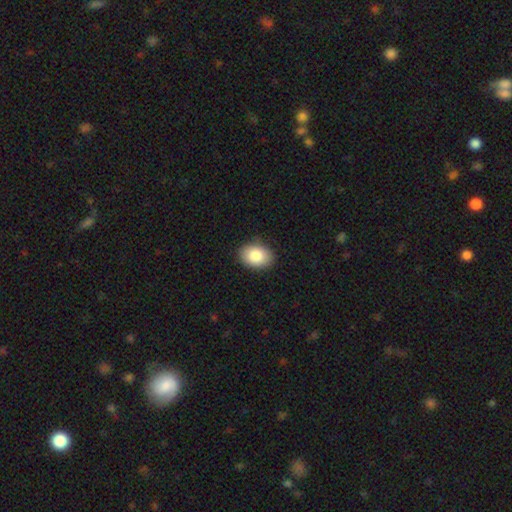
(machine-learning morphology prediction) A smooth galaxy with no disk features (85%) that is in between round and cigar-shaped (79%). Merging: none (87%).